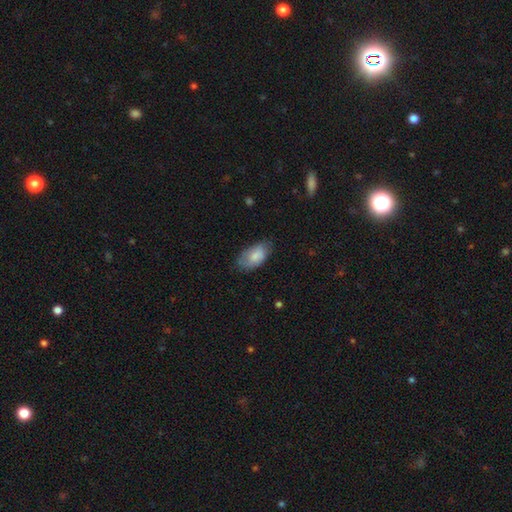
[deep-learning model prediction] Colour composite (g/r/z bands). It shows a smooth galaxy with no disk features (78%) that is in between round and cigar-shaped (94%). Merging: none (67%).